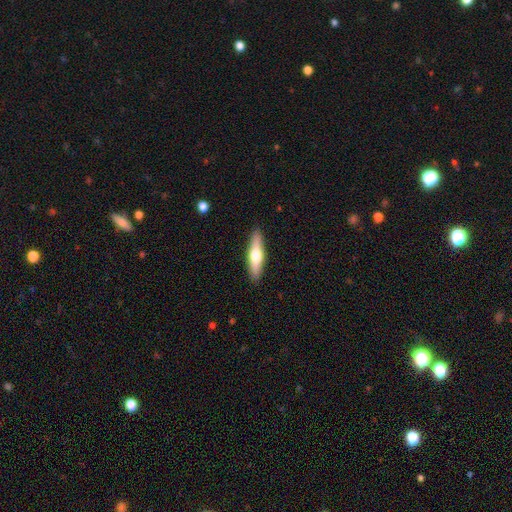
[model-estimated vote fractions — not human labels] Q: Smooth or featured?
A: smooth (55%); runner-up: featured or disk (40%)
Q: How rounded?
A: cigar-shaped (69%); runner-up: in between (29%)
Q: Merging?
A: none (90%); runner-up: minor disturbance (7%)